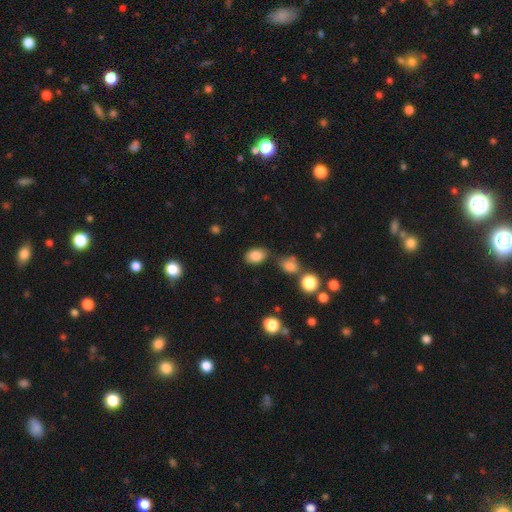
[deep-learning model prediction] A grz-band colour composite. It shows a smooth galaxy with no disk features (84%) that is in between round and cigar-shaped (79%). Merging: none (73%).